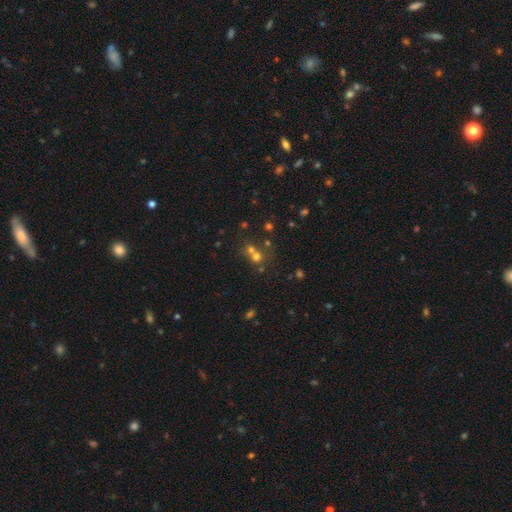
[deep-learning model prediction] A smooth galaxy with no disk features (56%) that is round (84%).

Vote fractions:
- Smooth or featured? smooth: 56% / star or artifact: 28% / featured or disk: 16%
- How rounded? round: 84% / in between: 15% / cigar-shaped: 1%
- Merging? merger: 48% / none: 42% / minor disturbance: 6% / major disturbance: 4%